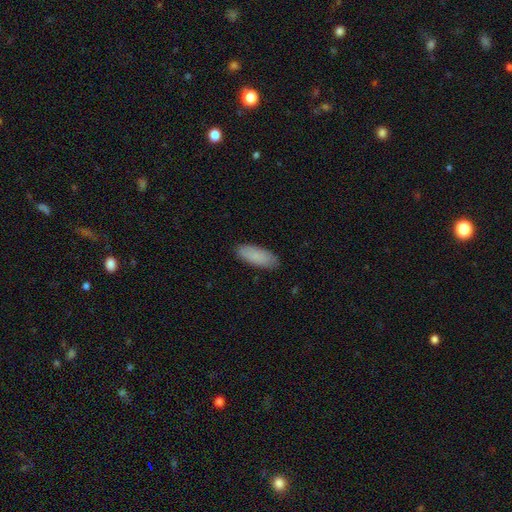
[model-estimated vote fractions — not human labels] smooth 87%, featured or disk 7%, star or artifact 6%. Down the decision tree: how rounded — in between (77%); merging — none (86%).